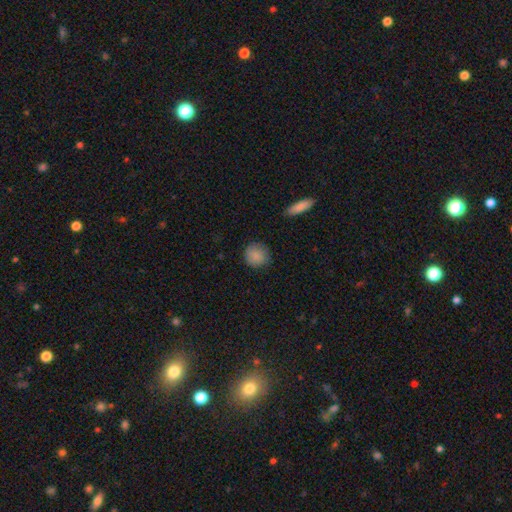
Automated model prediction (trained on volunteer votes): This is clearly a smooth galaxy (86%). How rounded: clearly round (91%). Merging: clearly none (85%).